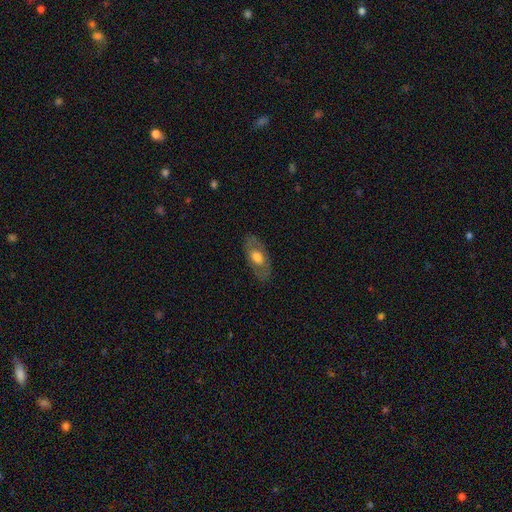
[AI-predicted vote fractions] Smooth or featured?
  - smooth: 49% *
  - featured or disk: 45%
  - star or artifact: 6%
Merging?
  - none: 81% *
  - minor disturbance: 14%
  - major disturbance: 4%
  - merger: 1%